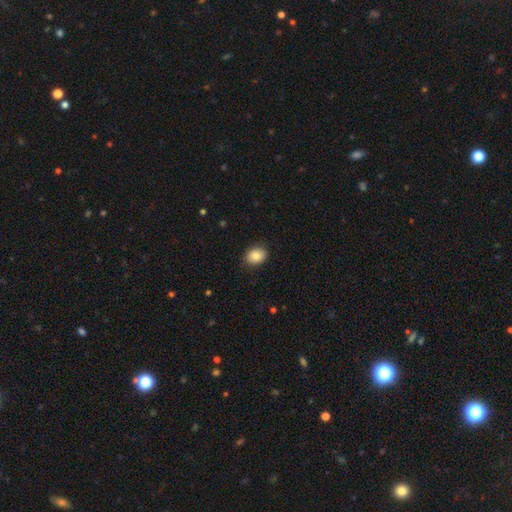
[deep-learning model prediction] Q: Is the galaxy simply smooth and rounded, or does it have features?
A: smooth — 84%.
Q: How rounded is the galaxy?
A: in between — 65%.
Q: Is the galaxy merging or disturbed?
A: none — 86%.